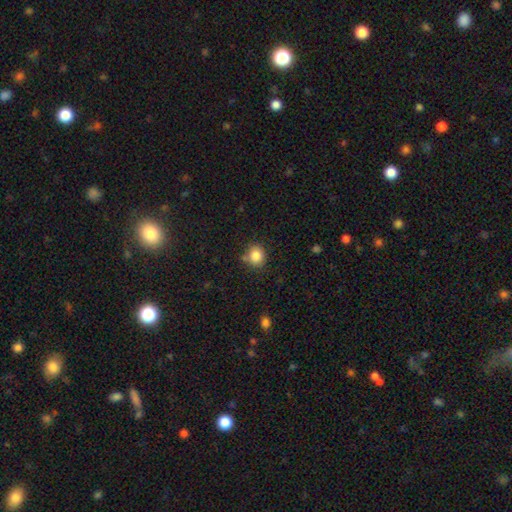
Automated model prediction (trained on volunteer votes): Smooth or featured: smooth — 85% (star or artifact — 10%)
How rounded: round — 76% (in between — 23%)
Merging: none — 75% (minor disturbance — 16%)